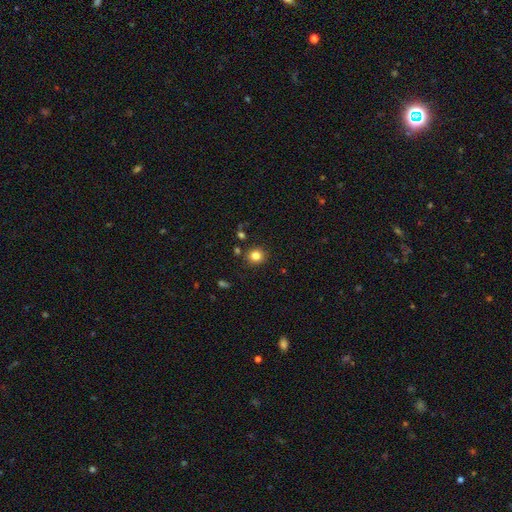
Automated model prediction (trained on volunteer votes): This appears to be a smooth galaxy with no disk features (82%) that is round (85%). Merging: none (87%).